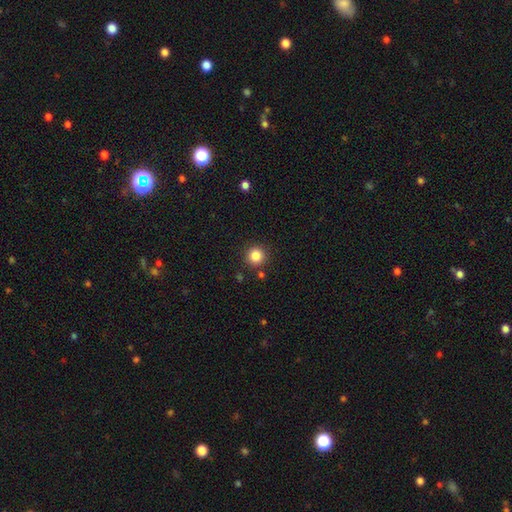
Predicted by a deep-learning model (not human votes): A smooth galaxy with no disk features (85%) that is round (94%). Merging: none (88%).